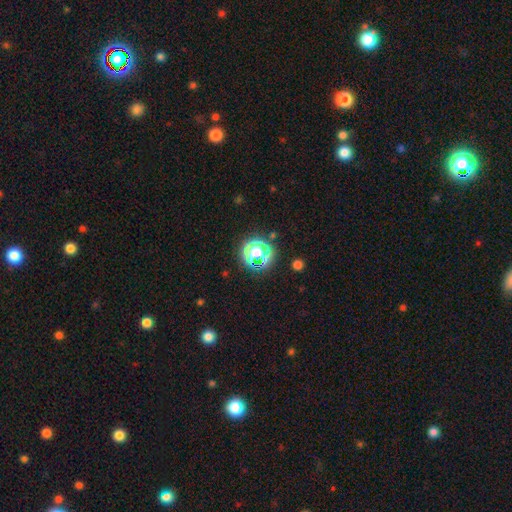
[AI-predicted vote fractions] Smooth or featured?
  - star or artifact: 48% *
  - smooth: 40%
  - featured or disk: 12%